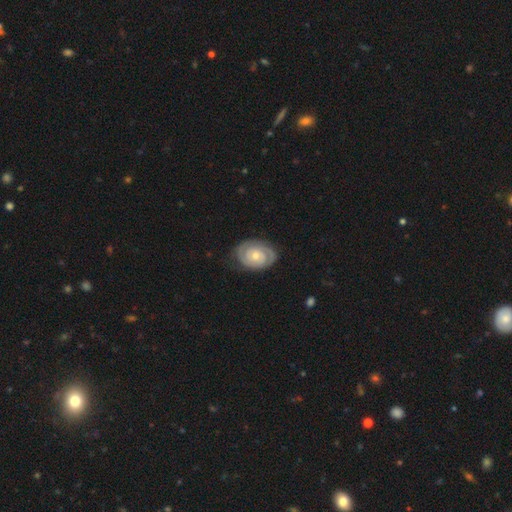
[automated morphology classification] Smooth or featured? Predicted: featured or disk (p=0.82). Edge-on disk? Predicted: no (p=0.97). Bar? Predicted: no (p=0.77). Spiral arms? Predicted: yes (p=0.92). Spiral winding? Predicted: tight (p=0.76). Spiral arm count? Predicted: 2 (p=0.68). Bulge size? Predicted: moderate (p=0.48, tied with small). Merging? Predicted: none (p=0.79).